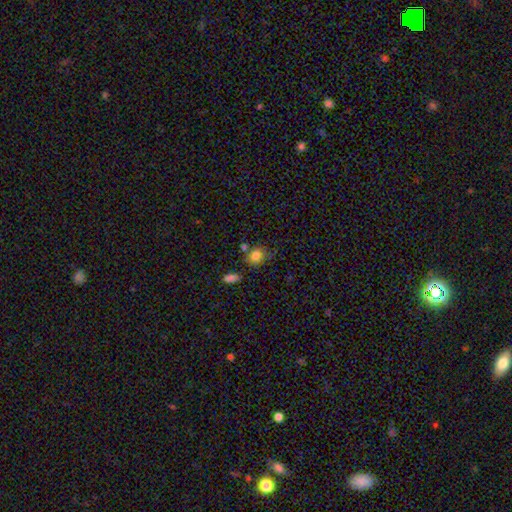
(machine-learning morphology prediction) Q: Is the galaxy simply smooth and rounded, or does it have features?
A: smooth — 81%.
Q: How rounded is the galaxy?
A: round — 51%.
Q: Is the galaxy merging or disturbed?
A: none — 62%.